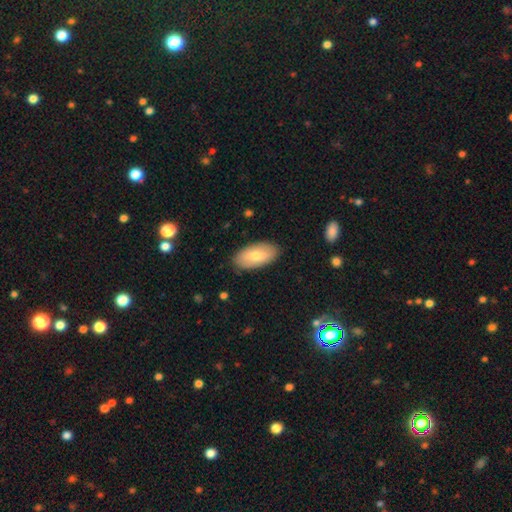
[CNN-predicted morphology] smooth 68%, featured or disk 26%, star or artifact 7%. Down the decision tree: how rounded — in between (93%); merging — none (87%).